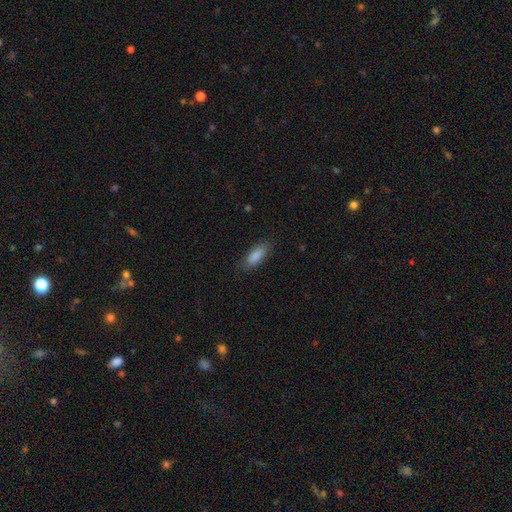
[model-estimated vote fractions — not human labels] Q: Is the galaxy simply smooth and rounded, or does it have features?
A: smooth — 88%.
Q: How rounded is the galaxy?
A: in between — 75%.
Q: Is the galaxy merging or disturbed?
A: none — 83%.